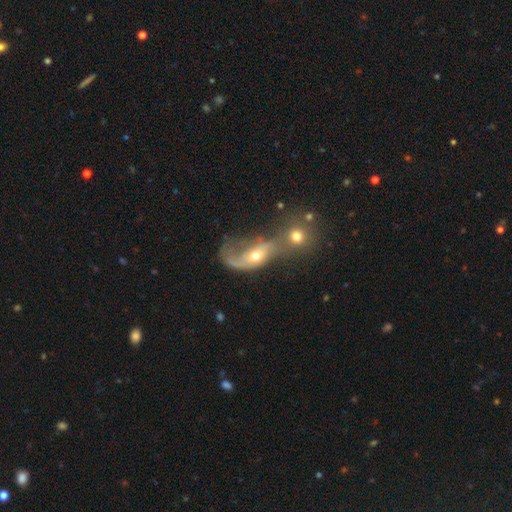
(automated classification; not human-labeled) smooth-or-featured: featured or disk: 59% | smooth: 31% | star or artifact: 10%
  disk-edge-on: no: 92% | yes: 8%
    bar: no: 70% | weak: 22% | strong: 8%
    has-spiral-arms: yes: 66% | no: 34%
    bulge-size: moderate: 62% | small: 28% | large: 6% | none: 2% | dominant: 2%
  merging: merger: 53% | major disturbance: 24% | none: 14% | minor disturbance: 9%